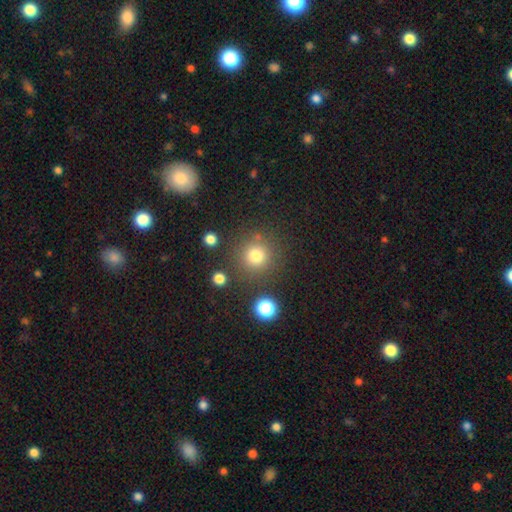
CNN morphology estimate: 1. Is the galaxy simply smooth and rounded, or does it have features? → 77% smooth, 16% star or artifact, 7% featured or disk.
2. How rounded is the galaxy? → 95% round, 4% in between, 1% cigar-shaped.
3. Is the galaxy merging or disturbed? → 84% none, 8% minor disturbance, 5% merger, 4% major disturbance.